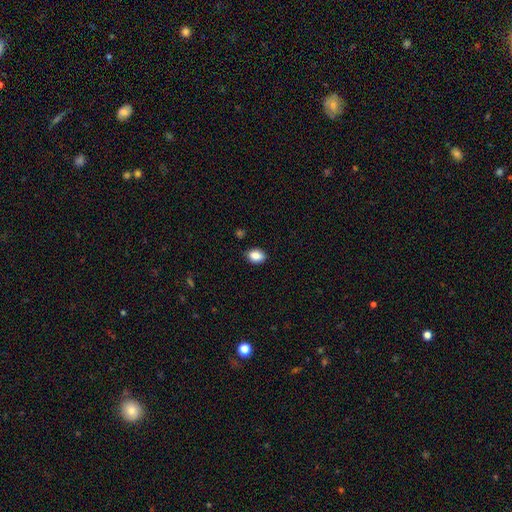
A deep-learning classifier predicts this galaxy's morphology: Smooth or featured?
  - smooth: 88% *
  - star or artifact: 8%
  - featured or disk: 4%
How rounded?
  - in between: 77% *
  - round: 22%
  - cigar-shaped: 1%
Merging?
  - none: 85% *
  - minor disturbance: 11%
  - major disturbance: 2%
  - merger: 1%